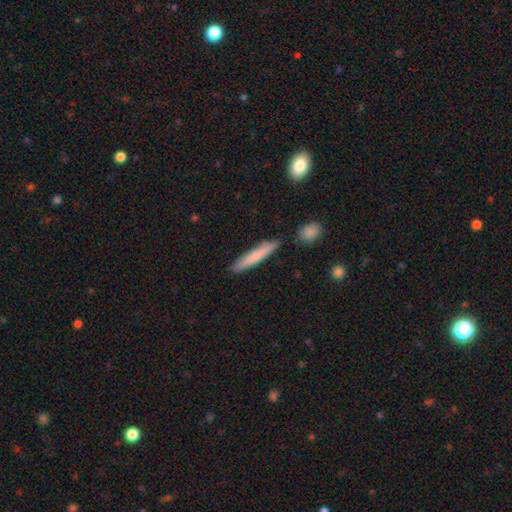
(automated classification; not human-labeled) smooth-or-featured: smooth: 71% | featured or disk: 23% | star or artifact: 6%
  how-rounded: cigar-shaped: 93% | in between: 6% | round: 1%
  merging: none: 86% | minor disturbance: 9% | merger: 3% | major disturbance: 2%